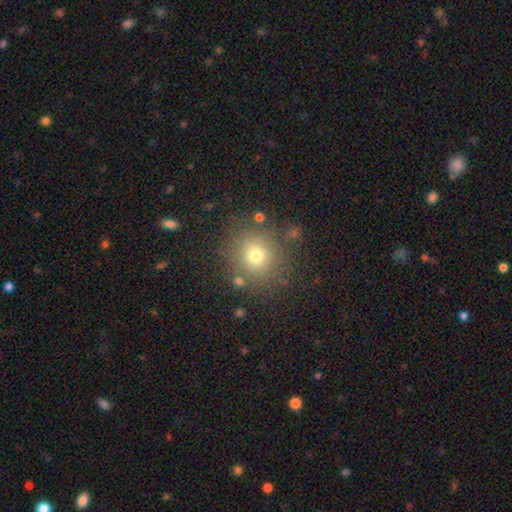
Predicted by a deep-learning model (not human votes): Overall: smooth (73%). How rounded: round (88%). Merging: none (82%).